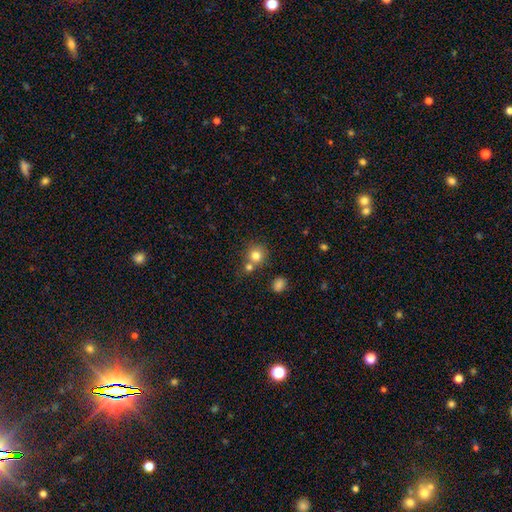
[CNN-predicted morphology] Smooth or featured?
  - smooth: 79% *
  - star or artifact: 12%
  - featured or disk: 9%
How rounded?
  - round: 87% *
  - in between: 12%
  - cigar-shaped: 1%
Merging?
  - none: 56% *
  - merger: 32%
  - minor disturbance: 9%
  - major disturbance: 3%